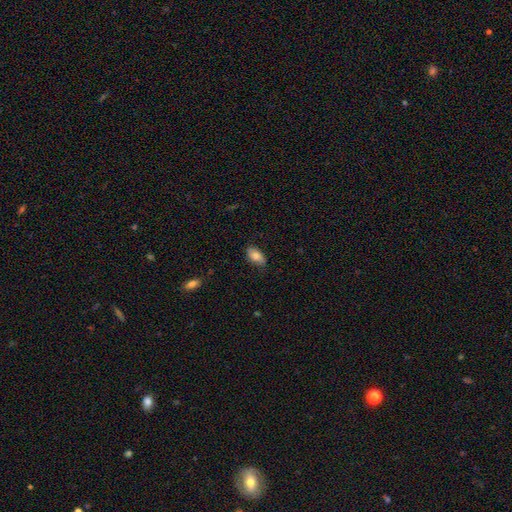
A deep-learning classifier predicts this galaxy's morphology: Smooth or featured? Predicted: smooth (p=0.79). How rounded? Predicted: in between (p=0.92). Merging? Predicted: none (p=0.78).